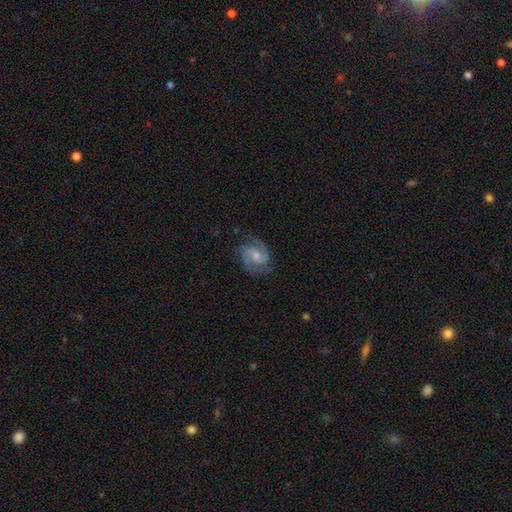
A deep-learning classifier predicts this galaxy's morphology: Smooth or featured?
  - featured or disk: 71% *
  - smooth: 22%
  - star or artifact: 7%
Edge-on disk?
  - no: 98% *
  - yes: 2%
Bar?
  - no: 55% *
  - weak: 39%
  - strong: 6%
Spiral arms?
  - yes: 92% *
  - no: 8%
Spiral winding?
  - medium: 48% *
  - tight: 31%
  - loose: 21%
Spiral arm count?
  - 2: 54% *
  - can't tell: 18%
  - 3: 15%
  - 1: 6%
  - 4: 3%
  - more than 4: 3%
Bulge size?
  - small: 42% *
  - moderate: 41%
  - none: 10%
  - large: 5%
  - dominant: 1%
Merging?
  - none: 66% *
  - minor disturbance: 21%
  - major disturbance: 12%
  - merger: 1%